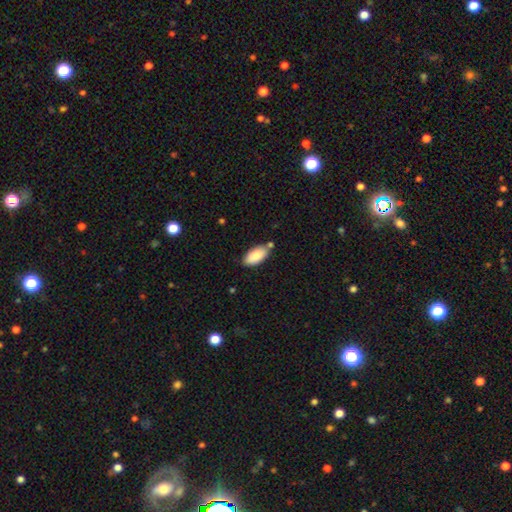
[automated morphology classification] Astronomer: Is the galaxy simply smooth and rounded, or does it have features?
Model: smooth — 86%.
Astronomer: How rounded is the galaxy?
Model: in between — 93%.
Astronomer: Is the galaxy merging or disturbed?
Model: none — 71%.